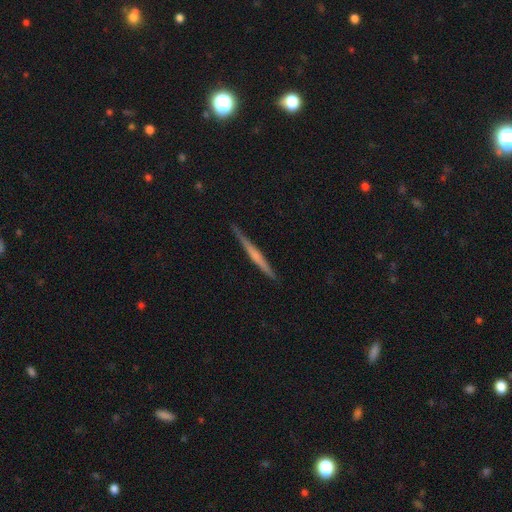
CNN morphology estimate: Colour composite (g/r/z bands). It shows a featured or disk galaxy (59%) viewed edge-on (98%) with no central bulge (57%). Merging: none (90%).